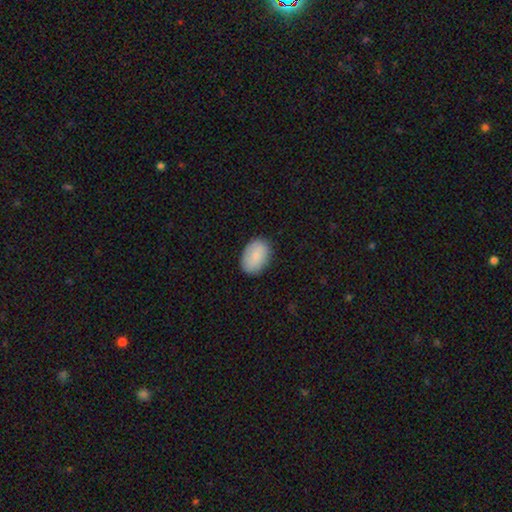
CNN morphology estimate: Smooth or featured?
  - smooth: 79% *
  - featured or disk: 14%
  - star or artifact: 7%
How rounded?
  - in between: 83% *
  - round: 16%
  - cigar-shaped: 1%
Merging?
  - none: 84% *
  - minor disturbance: 12%
  - major disturbance: 3%
  - merger: 1%